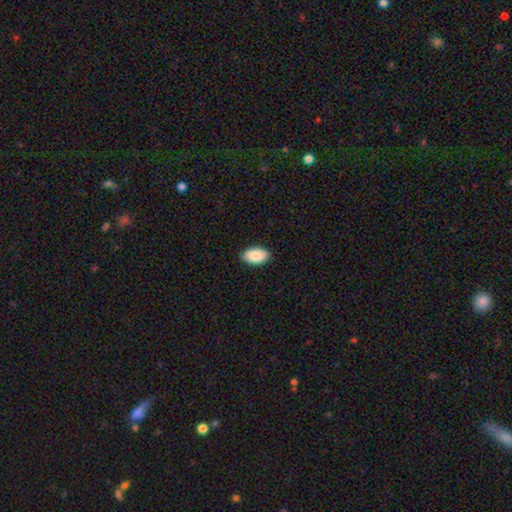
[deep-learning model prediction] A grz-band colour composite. It shows a smooth galaxy with no disk features (88%) that is in between round and cigar-shaped (95%). Merging: none (89%).